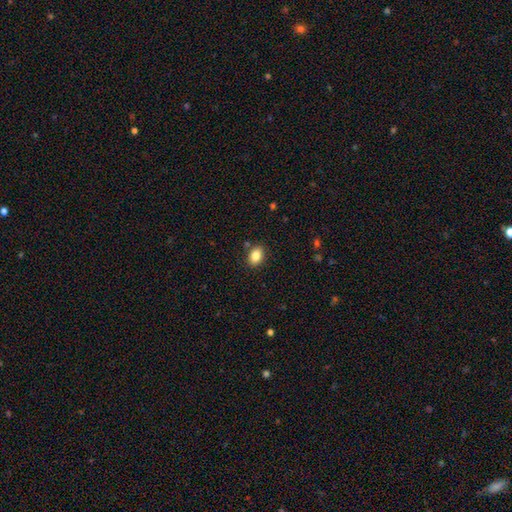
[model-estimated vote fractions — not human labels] A smooth galaxy with no disk features (84%) that is in between round and cigar-shaped (76%). Merging: none (86%).